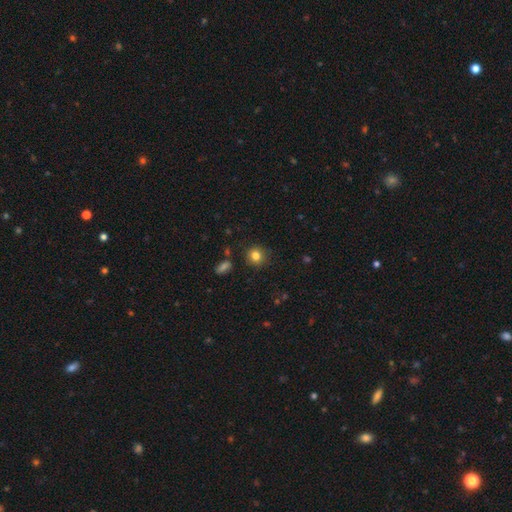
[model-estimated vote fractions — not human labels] This appears to be a smooth galaxy with no disk features (82%) that is round (90%). Merging: none (88%).